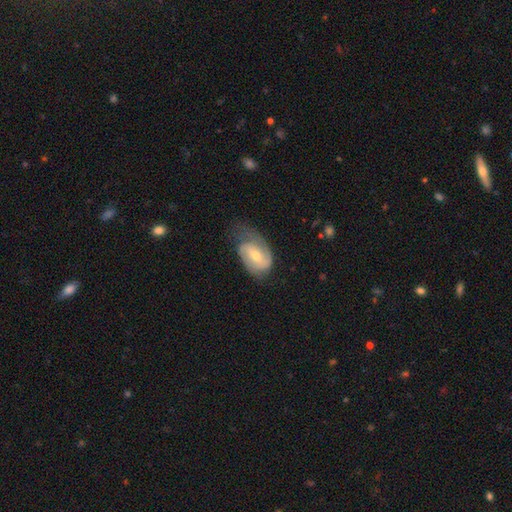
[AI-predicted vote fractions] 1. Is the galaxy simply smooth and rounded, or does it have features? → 73% featured or disk, 22% smooth, 5% star or artifact.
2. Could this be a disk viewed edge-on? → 96% no, 4% yes.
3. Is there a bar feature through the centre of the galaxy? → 48% weak, 28% strong, 25% no.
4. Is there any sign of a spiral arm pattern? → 90% yes, 10% no.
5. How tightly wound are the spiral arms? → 44% medium, 34% tight, 22% loose.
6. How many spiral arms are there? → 67% 2, 16% 1, 12% can't tell, 3% 3, 1% 4, 1% more than 4.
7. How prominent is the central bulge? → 49% moderate, 47% small, 2% large, 1% none, 1% dominant.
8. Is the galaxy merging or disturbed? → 47% none, 29% minor disturbance, 23% major disturbance, 2% merger.